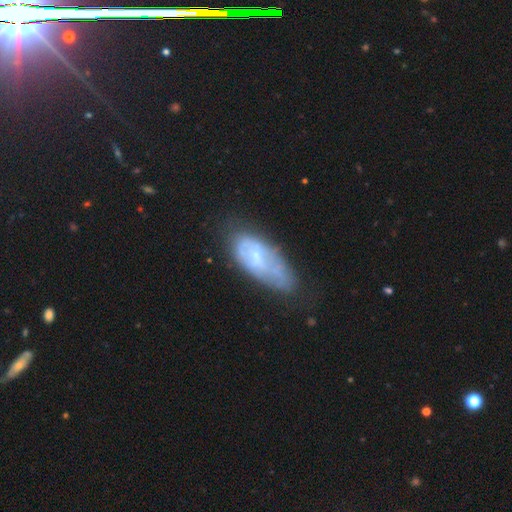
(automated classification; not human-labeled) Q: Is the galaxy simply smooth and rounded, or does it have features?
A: featured or disk — 53%.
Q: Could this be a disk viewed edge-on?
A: no — 91%.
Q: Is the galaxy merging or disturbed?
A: none — 41%.